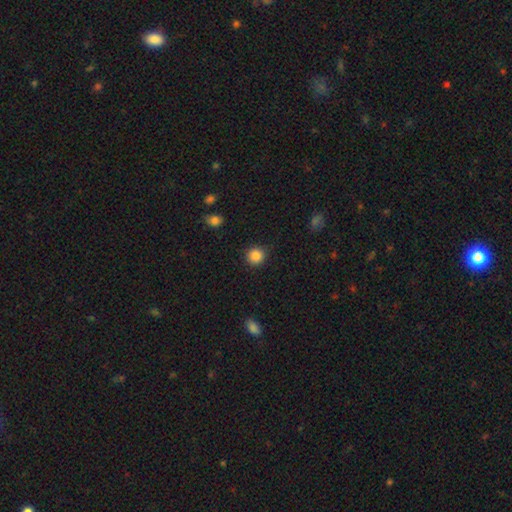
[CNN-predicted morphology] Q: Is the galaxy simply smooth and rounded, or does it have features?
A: smooth — 86%.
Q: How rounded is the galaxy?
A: round — 93%.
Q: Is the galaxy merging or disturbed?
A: none — 89%.